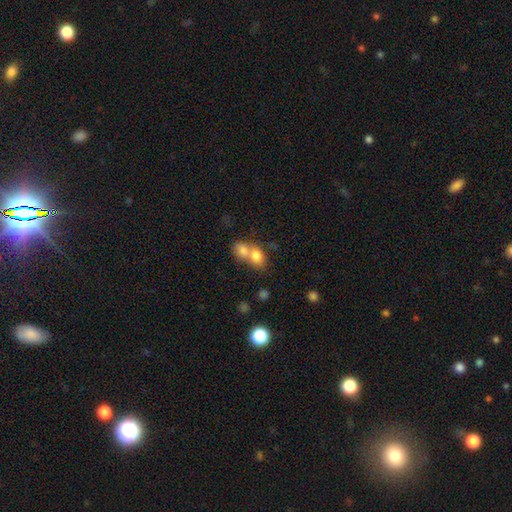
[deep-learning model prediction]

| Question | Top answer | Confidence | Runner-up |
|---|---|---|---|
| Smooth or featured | smooth | 77% | featured or disk (14%) |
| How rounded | in between | 59% | round (39%) |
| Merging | merger | 69% | none (22%) |